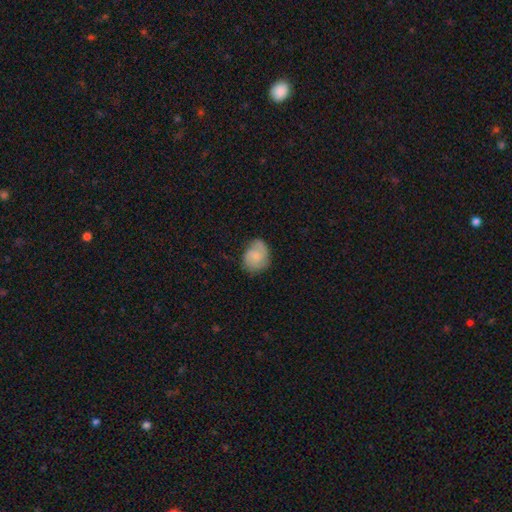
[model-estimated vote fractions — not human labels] Overall: smooth (53%; featured or disk 40%). How rounded: round (56%; in between 43%). Merging: none (63%; minor disturbance 27%).